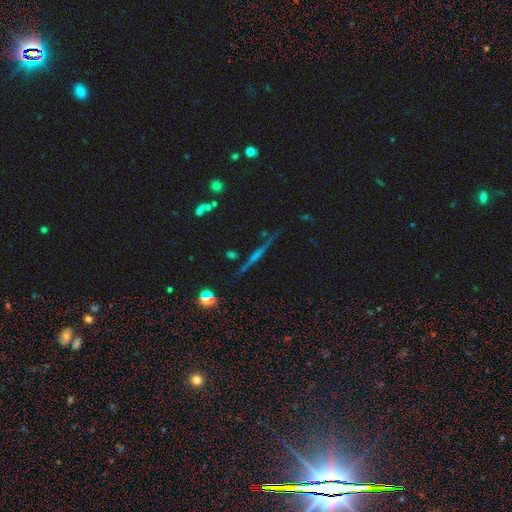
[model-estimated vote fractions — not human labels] Q: Smooth or featured?
A: featured or disk (59%); runner-up: star or artifact (21%)
Q: Edge-on disk?
A: yes (95%); runner-up: no (5%)
Q: Edge-on bulge?
A: none (57%); runner-up: rounded (28%)
Q: Merging?
A: none (85%); runner-up: minor disturbance (9%)